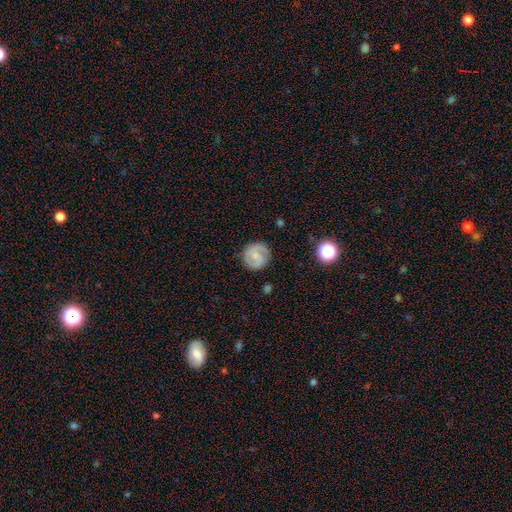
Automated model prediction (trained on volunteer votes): Morphology: type=featured or disk (50%); edge-on=no (98%); merging=none (83%).